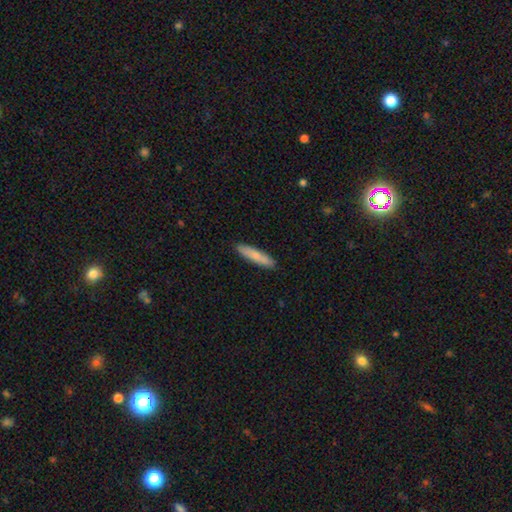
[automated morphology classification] A smooth galaxy with no disk features (79%) that is cigar-shaped (85%).

Vote fractions:
- Smooth or featured? smooth: 79% / featured or disk: 16% / star or artifact: 5%
- How rounded? cigar-shaped: 85% / in between: 14% / round: 1%
- Merging? none: 90% / minor disturbance: 8% / major disturbance: 1% / merger: 1%